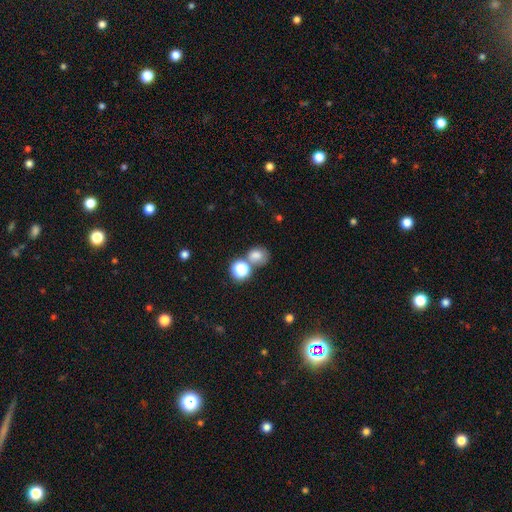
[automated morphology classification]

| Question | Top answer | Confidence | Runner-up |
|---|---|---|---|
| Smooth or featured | smooth | 74% | star or artifact (16%) |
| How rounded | round | 65% | in between (34%) |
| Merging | none | 49% | merger (31%) |